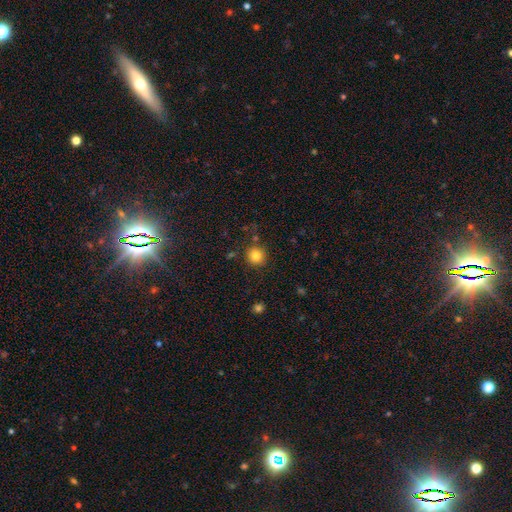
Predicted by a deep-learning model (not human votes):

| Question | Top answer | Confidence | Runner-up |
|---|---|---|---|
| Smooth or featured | smooth | 83% | star or artifact (11%) |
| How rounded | round | 92% | in between (7%) |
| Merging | none | 85% | minor disturbance (8%) |